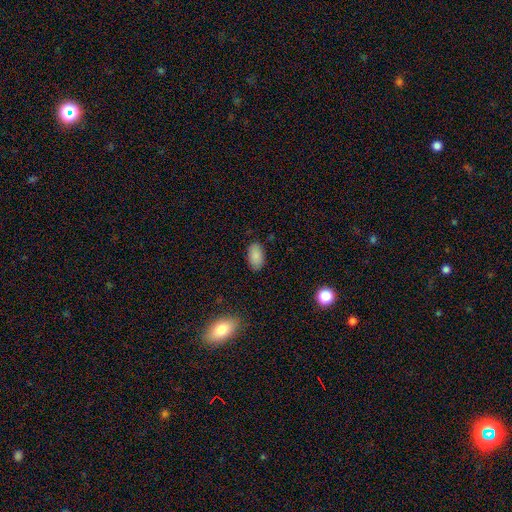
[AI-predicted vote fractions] Q: Smooth or featured?
A: smooth (87%); runner-up: star or artifact (8%)
Q: How rounded?
A: in between (94%); runner-up: round (4%)
Q: Merging?
A: none (85%); runner-up: minor disturbance (12%)